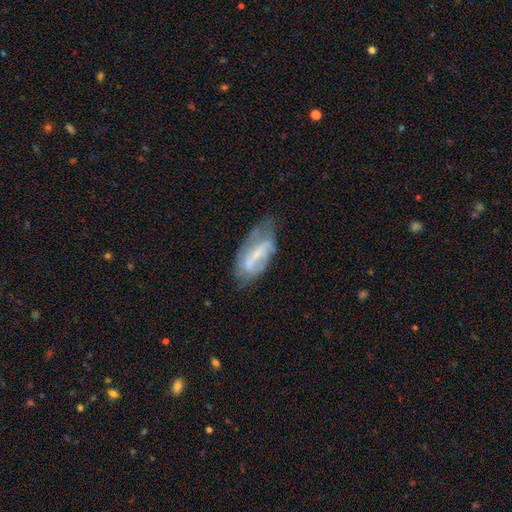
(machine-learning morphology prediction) The model was most divided on "bar" (2-way tie): strong: 39%, weak: 39%, no: 23%. Remaining: edge-on disk — no (90%); smooth or featured — featured or disk (61%); spiral arms — yes (57%); bulge size — small (47%); merging — none (45%).